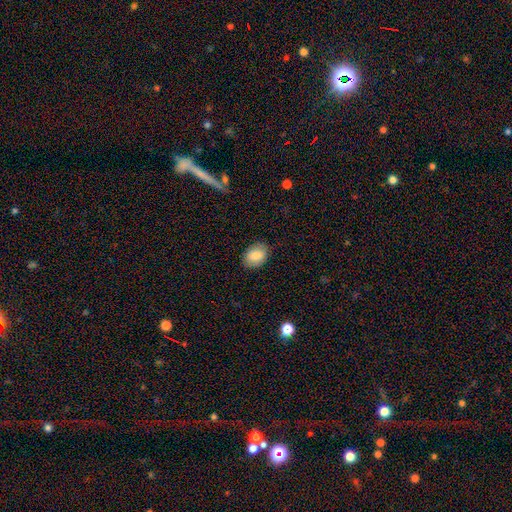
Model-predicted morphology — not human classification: type=smooth (84%); roundness=in between (80%); merging=none (85%).